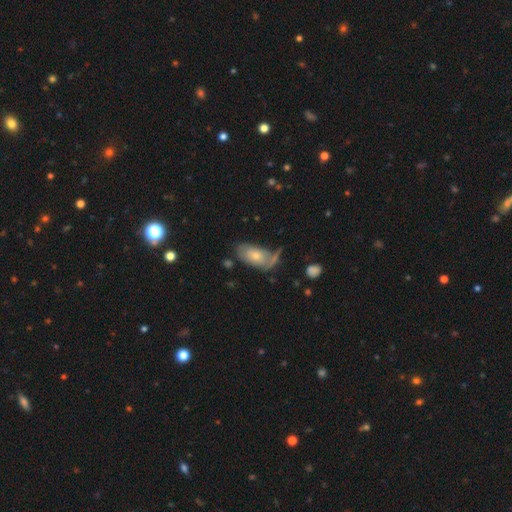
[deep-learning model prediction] Morphology: type=smooth (65%); roundness=in between (92%); merging=none (45%).